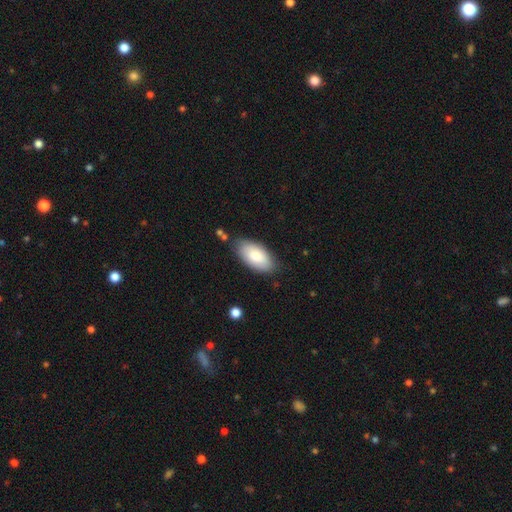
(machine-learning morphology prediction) smooth-or-featured: smooth: 82% | featured or disk: 13% | star or artifact: 6%
  how-rounded: in between: 94% | cigar-shaped: 4% | round: 2%
  merging: none: 78% | minor disturbance: 16% | major disturbance: 3% | merger: 2%